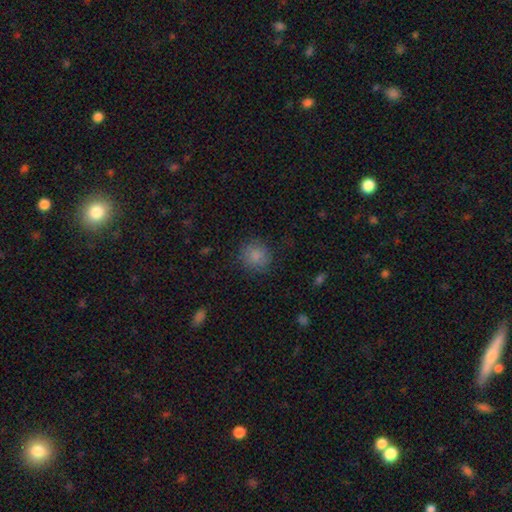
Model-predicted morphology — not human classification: Smooth or featured: smooth — 83% (star or artifact — 10%)
How rounded: round — 87% (in between — 12%)
Merging: none — 80% (minor disturbance — 13%)